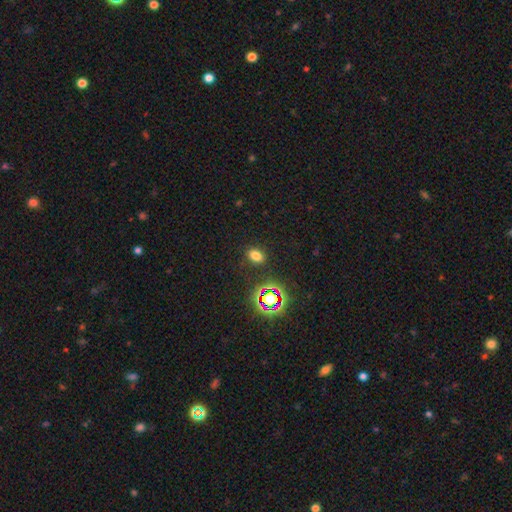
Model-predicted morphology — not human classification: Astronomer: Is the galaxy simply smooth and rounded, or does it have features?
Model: smooth — 71%.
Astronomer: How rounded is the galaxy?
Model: in between — 73%.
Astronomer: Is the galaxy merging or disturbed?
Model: none — 87%.